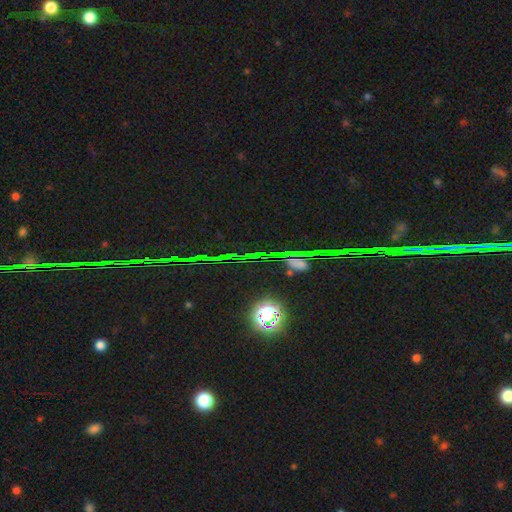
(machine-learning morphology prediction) A star or artifact, not a galaxy (81%).